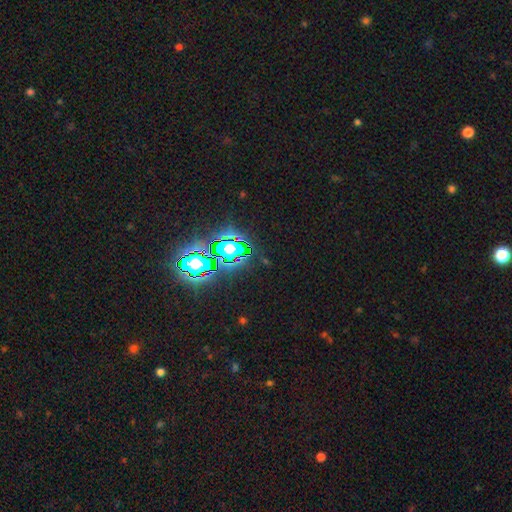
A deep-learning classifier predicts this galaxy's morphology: star or artifact 80%, smooth 12%, featured or disk 8%.